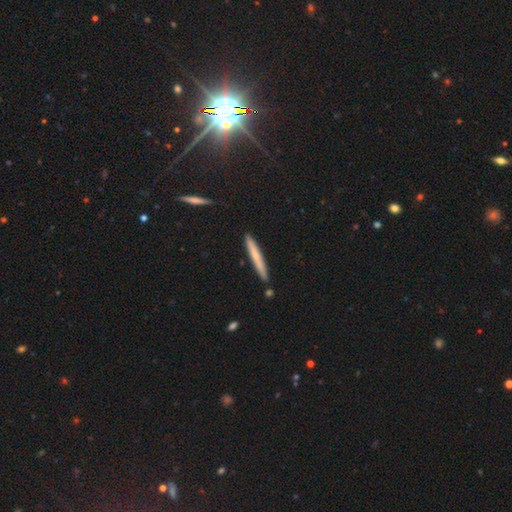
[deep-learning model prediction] A smooth galaxy with no disk features (61%) that is cigar-shaped (96%). Merging: none (88%).